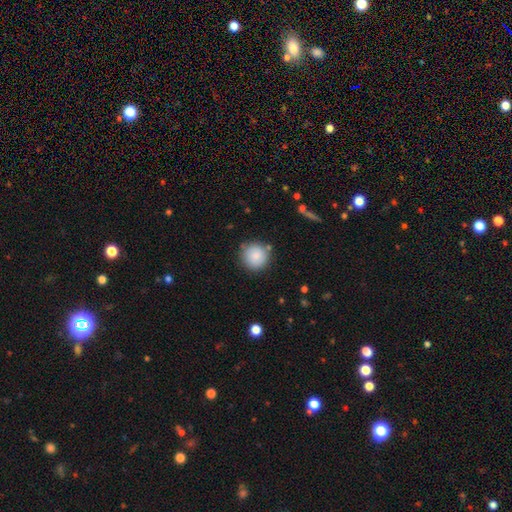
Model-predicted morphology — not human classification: A smooth galaxy with no disk features (87%) that is round (94%).

Vote fractions:
- Smooth or featured? smooth: 87% / star or artifact: 8% / featured or disk: 6%
- How rounded? round: 94% / in between: 5% / cigar-shaped: 1%
- Merging? none: 83% / minor disturbance: 11% / merger: 3% / major disturbance: 3%